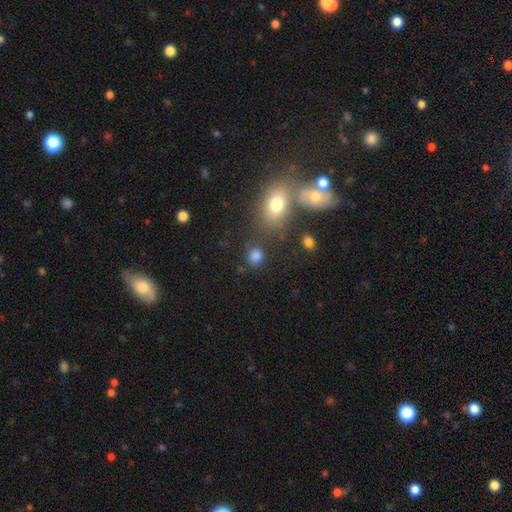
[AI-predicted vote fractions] smooth_or_featured: smooth (p=0.81) [alt: star or artifact p=0.14]
how_rounded: round (p=0.73) [alt: in between p=0.26]
merging: none (p=0.73) [alt: minor disturbance p=0.12]